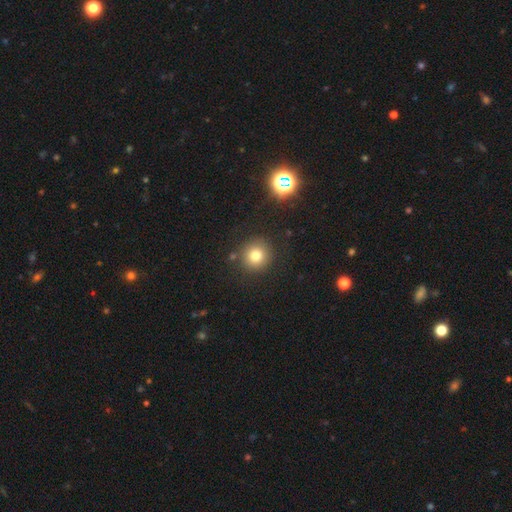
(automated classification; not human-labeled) smooth_or_featured: smooth (p=0.77) [alt: star or artifact p=0.14]
how_rounded: round (p=0.93) [alt: in between p=0.06]
merging: none (p=0.86) [alt: minor disturbance p=0.08]